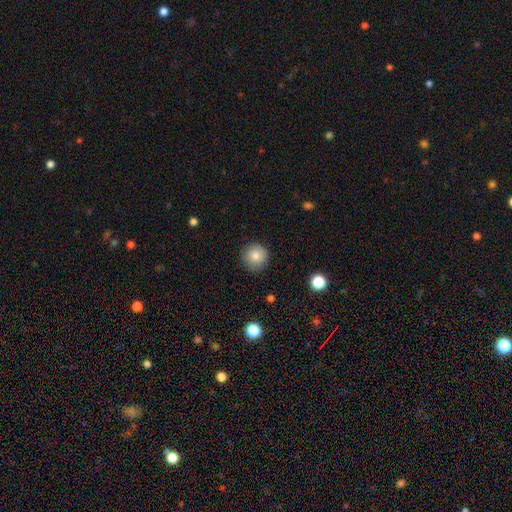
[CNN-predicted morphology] Smooth or featured: smooth — 83% (star or artifact — 9%)
How rounded: round — 94% (in between — 5%)
Merging: none — 88% (minor disturbance — 8%)